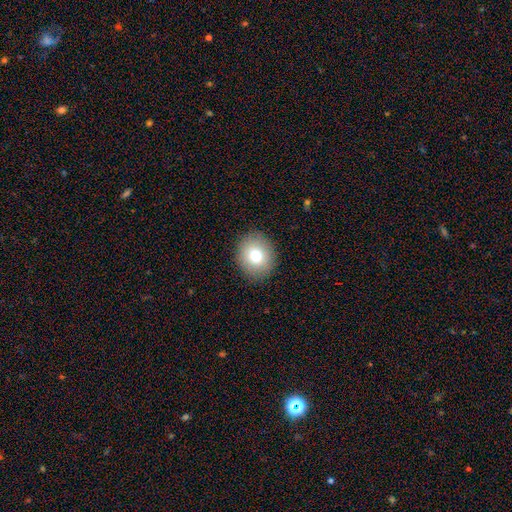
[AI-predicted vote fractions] Smooth or featured: smooth — 76% (featured or disk — 13%)
How rounded: round — 73% (in between — 26%)
Merging: none — 89% (minor disturbance — 8%)